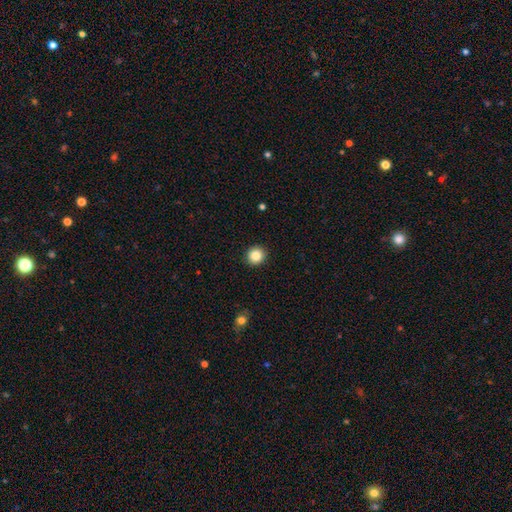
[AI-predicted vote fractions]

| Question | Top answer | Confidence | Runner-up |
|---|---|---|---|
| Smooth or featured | smooth | 86% | star or artifact (10%) |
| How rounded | round | 89% | in between (10%) |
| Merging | none | 92% | minor disturbance (6%) |